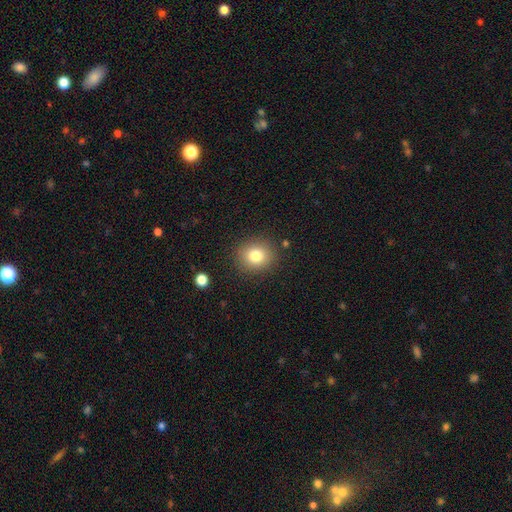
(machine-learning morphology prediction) smooth_or_featured: smooth (p=0.80) [alt: star or artifact p=0.12]
how_rounded: round (p=0.80) [alt: in between p=0.19]
merging: none (p=0.88) [alt: minor disturbance p=0.08]